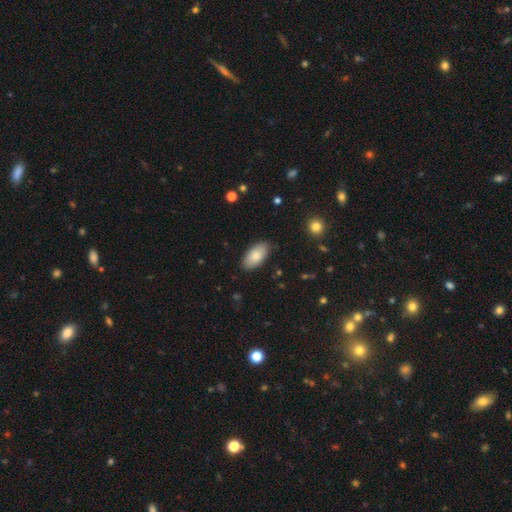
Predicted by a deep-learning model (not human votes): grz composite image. It shows a smooth galaxy with no disk features (81%) that is in between round and cigar-shaped (94%). Merging: none (85%).